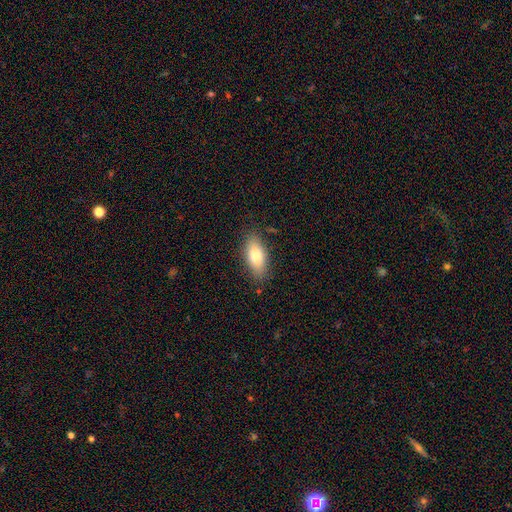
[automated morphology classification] A smooth galaxy with no disk features (80%) that is in between round and cigar-shaped (83%).

Vote fractions:
- Smooth or featured? smooth: 80% / featured or disk: 13% / star or artifact: 7%
- How rounded? in between: 83% / cigar-shaped: 14% / round: 3%
- Merging? none: 82% / minor disturbance: 13% / major disturbance: 3% / merger: 1%